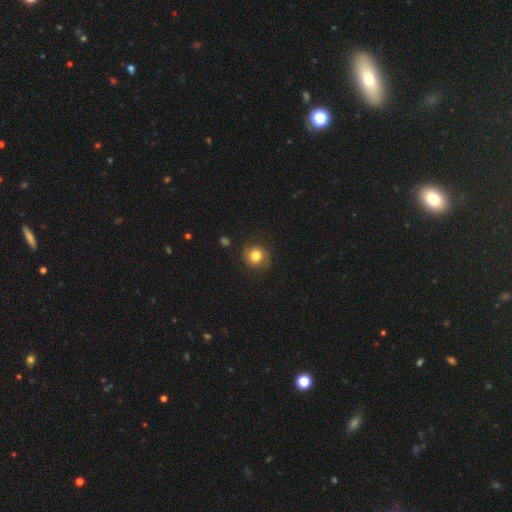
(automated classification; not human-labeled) Morphology: type=smooth (76%); roundness=round (86%); merging=none (78%).